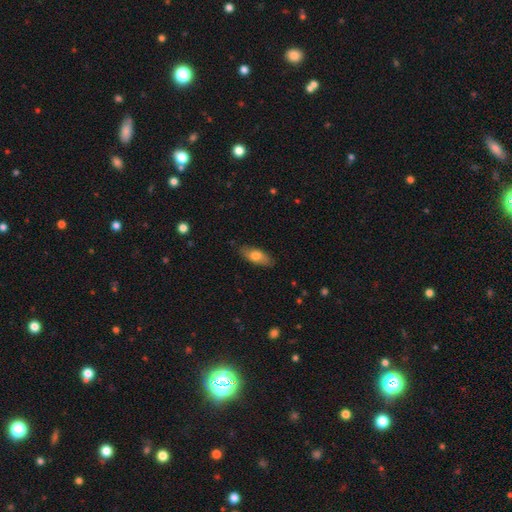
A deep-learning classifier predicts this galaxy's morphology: Smooth or featured?
  - smooth: 72% *
  - featured or disk: 22%
  - star or artifact: 6%
How rounded?
  - in between: 79% *
  - cigar-shaped: 18%
  - round: 3%
Merging?
  - none: 84% *
  - minor disturbance: 13%
  - major disturbance: 2%
  - merger: 1%